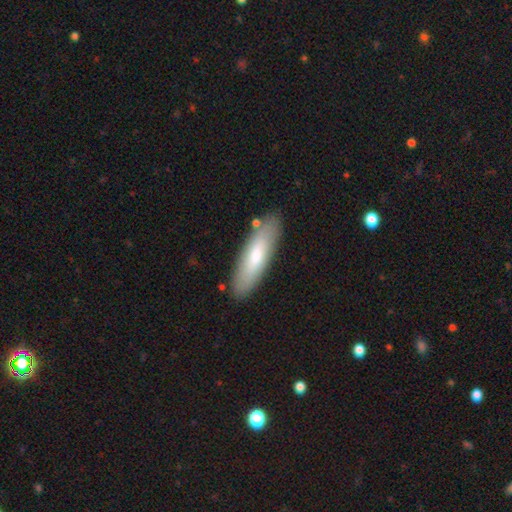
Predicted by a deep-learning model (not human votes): Smooth or featured? smooth (70%)
How rounded? cigar-shaped (56%)
Merging? none (84%)